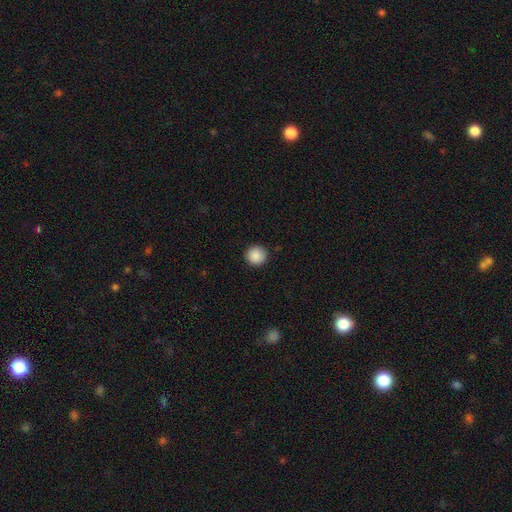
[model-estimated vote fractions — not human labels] This appears to be a smooth galaxy with no disk features (89%) that is round (94%). Merging: none (91%).